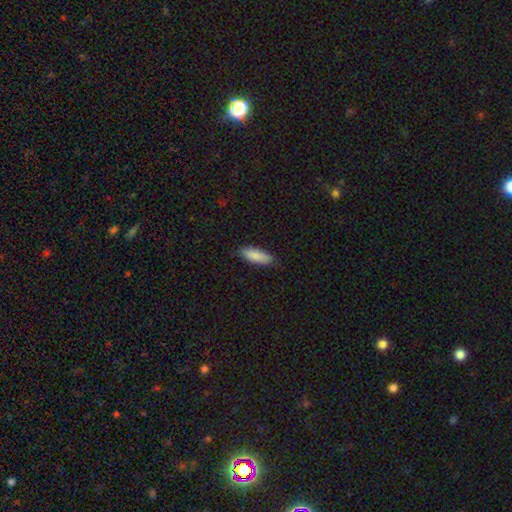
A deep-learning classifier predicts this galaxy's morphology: smooth-or-featured: smooth: 89% | featured or disk: 6% | star or artifact: 6%
  how-rounded: in between: 68% | cigar-shaped: 31% | round: 2%
  merging: none: 84% | minor disturbance: 13% | major disturbance: 2% | merger: 1%